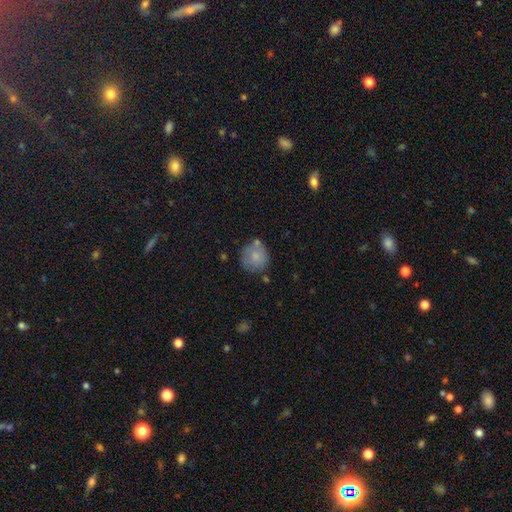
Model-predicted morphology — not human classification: Q: Smooth or featured?
A: smooth (77%); runner-up: featured or disk (15%)
Q: How rounded?
A: round (90%); runner-up: in between (9%)
Q: Merging?
A: none (71%); runner-up: minor disturbance (17%)